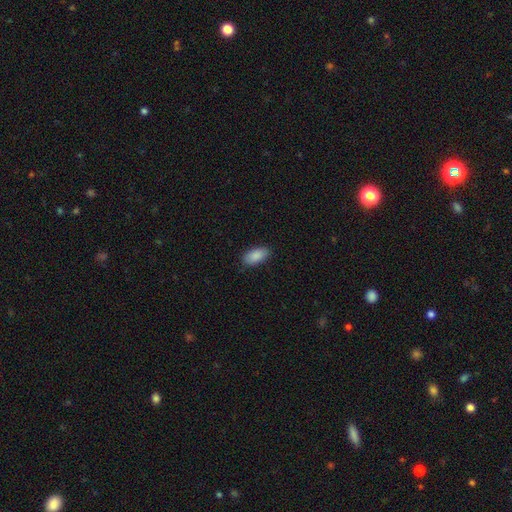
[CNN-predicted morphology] Smooth or featured? smooth (90%)
How rounded? in between (93%)
Merging? none (87%)